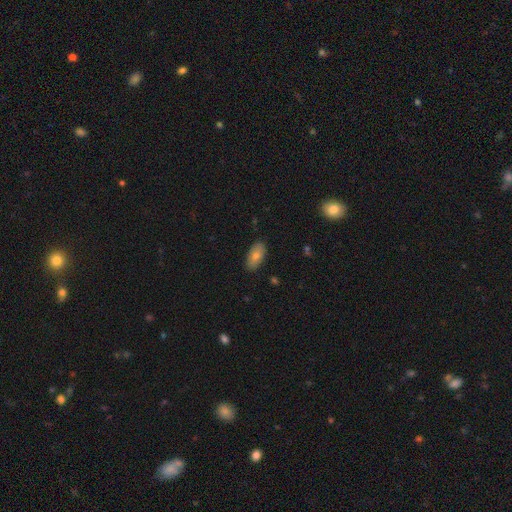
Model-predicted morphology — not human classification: Q: Smooth or featured?
A: smooth (76%); runner-up: featured or disk (17%)
Q: How rounded?
A: in between (92%); runner-up: cigar-shaped (5%)
Q: Merging?
A: none (87%); runner-up: minor disturbance (10%)